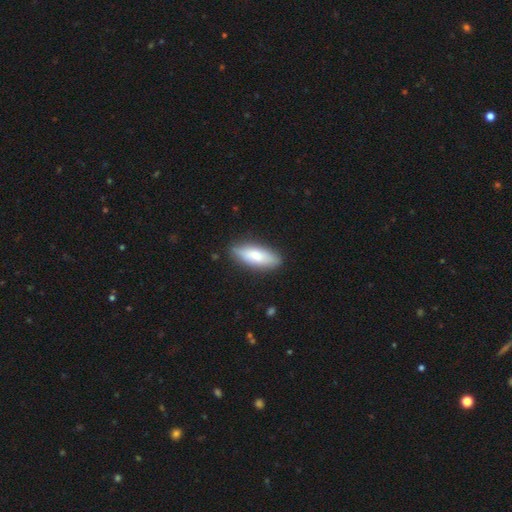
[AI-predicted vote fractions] Smooth or featured? Predicted: smooth (p=0.72). How rounded? Predicted: in between (p=0.65). Merging? Predicted: none (p=0.83).